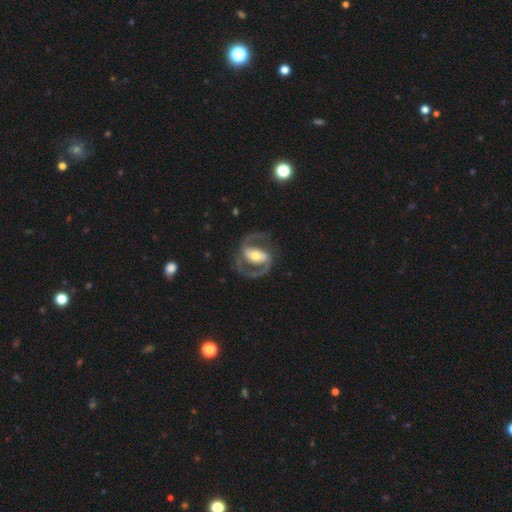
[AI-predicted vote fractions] This is clearly a featured or disk galaxy (88%). It is clearly not viewed edge-on (97%). Bar: possibly strong (55%). Spiral arm pattern: clearly yes (94%). Spiral arm count: clearly 2 (92%). Spiral winding: possibly medium (60%). Central bulge: likely moderate (61%). Merging: likely none (77%).